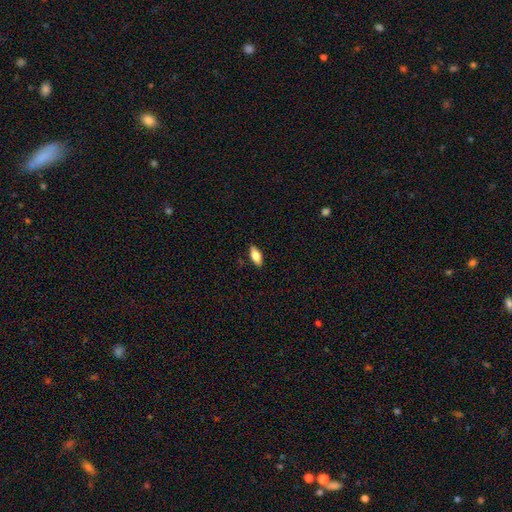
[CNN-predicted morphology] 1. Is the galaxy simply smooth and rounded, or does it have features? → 70% smooth, 23% featured or disk, 7% star or artifact.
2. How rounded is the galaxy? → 80% in between, 17% cigar-shaped, 3% round.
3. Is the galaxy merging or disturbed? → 88% none, 9% minor disturbance, 2% major disturbance, 1% merger.